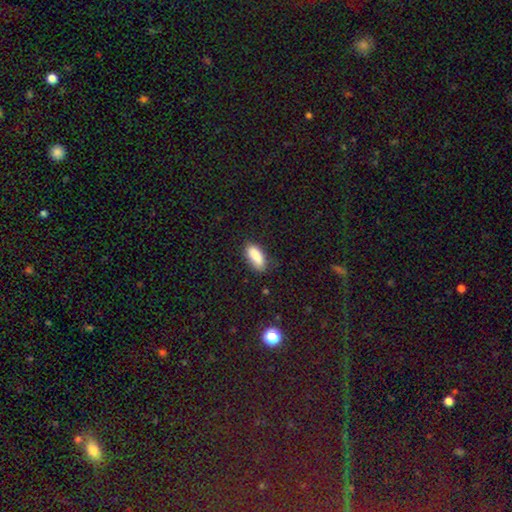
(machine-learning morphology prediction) A smooth galaxy with no disk features (88%) that is in between round and cigar-shaped (80%).

Vote fractions:
- Smooth or featured? smooth: 88% / star or artifact: 7% / featured or disk: 5%
- How rounded? in between: 80% / cigar-shaped: 18% / round: 2%
- Merging? none: 75% / minor disturbance: 19% / major disturbance: 4% / merger: 2%